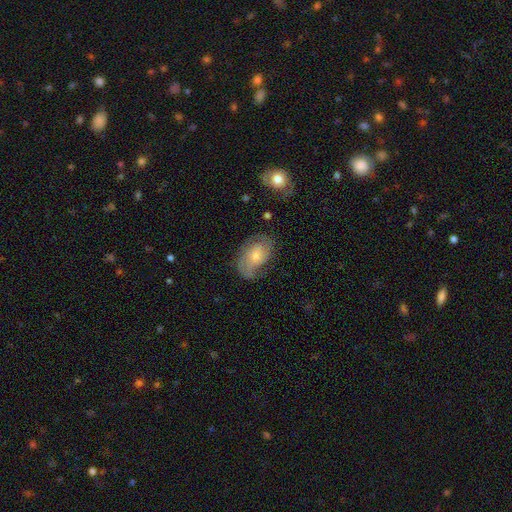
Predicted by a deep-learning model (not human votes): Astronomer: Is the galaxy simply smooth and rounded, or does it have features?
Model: featured or disk — 64%.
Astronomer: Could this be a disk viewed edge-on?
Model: no — 96%.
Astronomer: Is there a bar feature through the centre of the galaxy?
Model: no — 74%.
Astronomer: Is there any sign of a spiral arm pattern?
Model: yes — 86%.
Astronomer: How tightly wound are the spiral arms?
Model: tight — 44% (runner-up: medium, 38%).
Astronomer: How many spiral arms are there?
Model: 2 — 53% (runner-up: can't tell, 28%).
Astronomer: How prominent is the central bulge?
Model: small — 54% (runner-up: moderate, 40%).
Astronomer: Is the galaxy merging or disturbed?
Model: none — 63%.